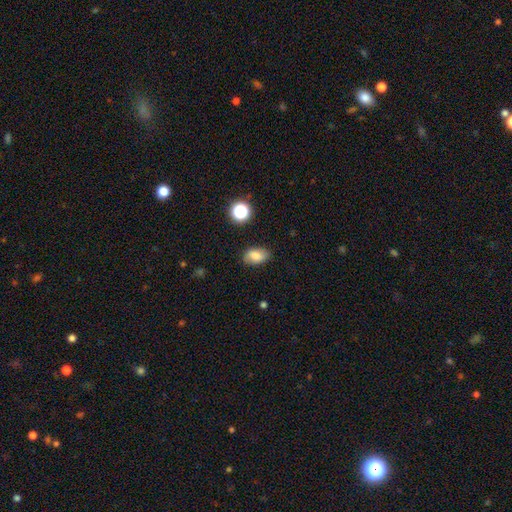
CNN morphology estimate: Overall: smooth (79%). How rounded: in between (88%). Merging: none (79%).